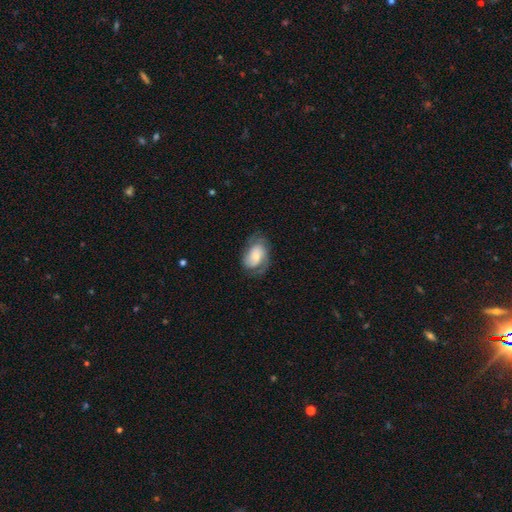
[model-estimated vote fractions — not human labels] Smooth or featured: featured or disk — 56% (smooth — 37%)
Edge-on disk: no — 96% (yes — 4%)
Bar: no — 66% (weak — 27%)
Spiral arms: yes — 86% (no — 14%)
Bulge size: moderate — 42% (small — 41%)
Merging: none — 61% (minor disturbance — 24%)